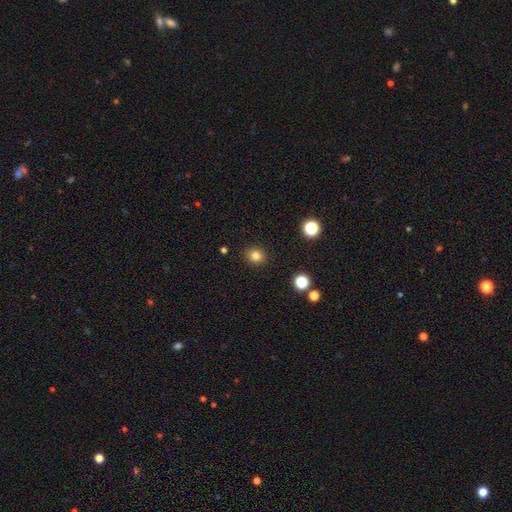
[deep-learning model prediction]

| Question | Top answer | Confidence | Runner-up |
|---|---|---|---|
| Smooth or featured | smooth | 81% | star or artifact (13%) |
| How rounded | round | 79% | in between (20%) |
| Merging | none | 90% | minor disturbance (6%) |